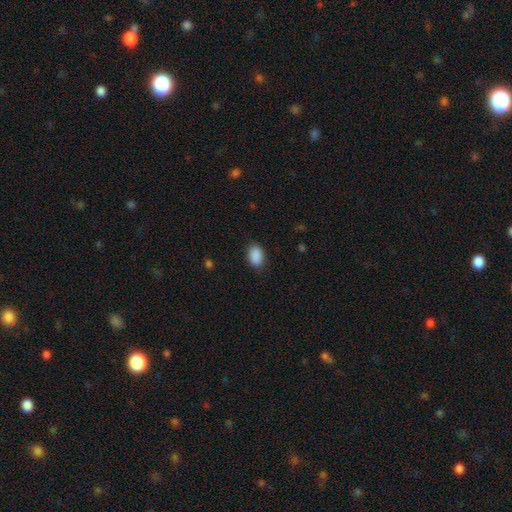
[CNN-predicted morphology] The model was most divided on "how rounded": in between: 84%, round: 15%, cigar-shaped: 1%. More confident: smooth or featured — smooth (90%); merging — none (85%).